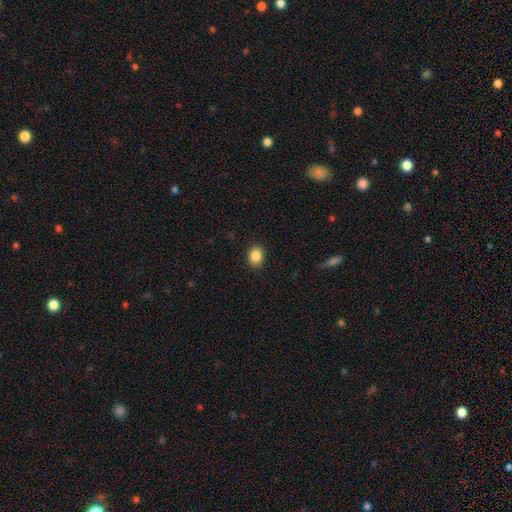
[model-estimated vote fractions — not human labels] The model was most divided on "how rounded": in between: 68%, round: 31%, cigar-shaped: 1%. More confident: merging — none (90%); smooth or featured — smooth (88%).